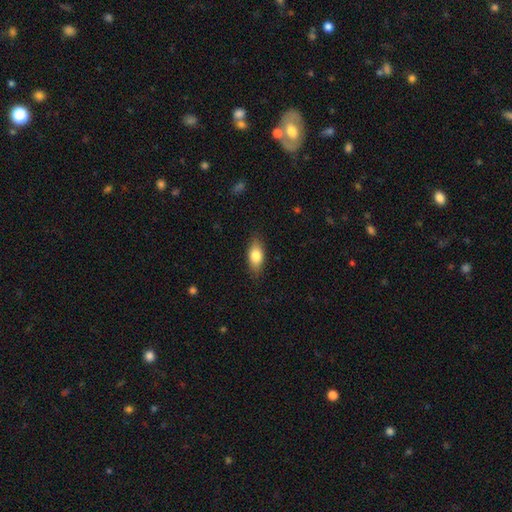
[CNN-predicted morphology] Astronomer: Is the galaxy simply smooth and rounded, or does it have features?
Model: smooth — 79%.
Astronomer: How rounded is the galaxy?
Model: in between — 84%.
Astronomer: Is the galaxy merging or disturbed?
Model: none — 84%.